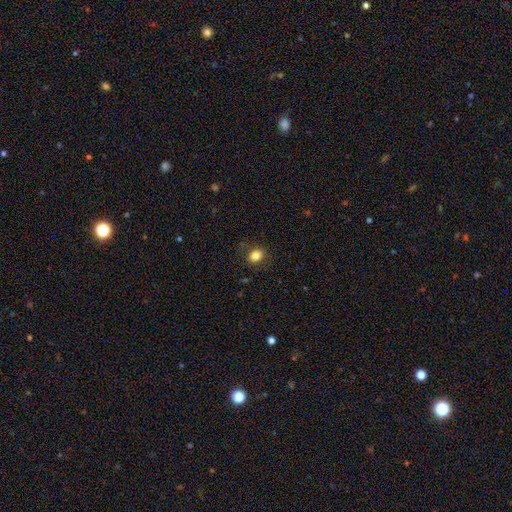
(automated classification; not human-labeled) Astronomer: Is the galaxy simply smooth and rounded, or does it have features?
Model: smooth — 83%.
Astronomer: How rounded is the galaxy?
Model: in between — 54% (runner-up: round, 45%).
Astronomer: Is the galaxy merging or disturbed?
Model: none — 84%.